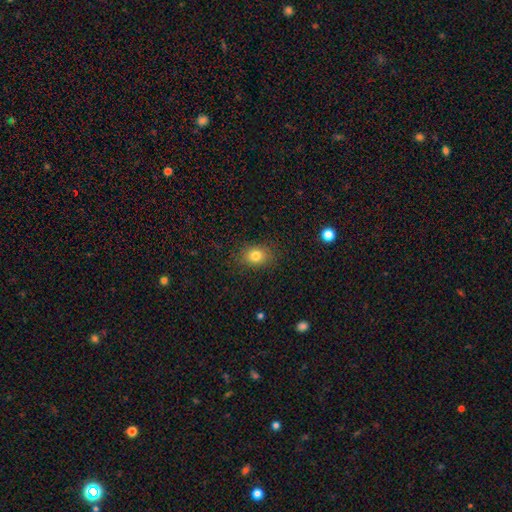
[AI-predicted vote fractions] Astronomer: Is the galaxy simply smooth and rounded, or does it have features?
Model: smooth — 81%.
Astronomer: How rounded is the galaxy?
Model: in between — 55% (runner-up: round, 44%).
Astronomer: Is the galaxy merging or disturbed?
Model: none — 86%.